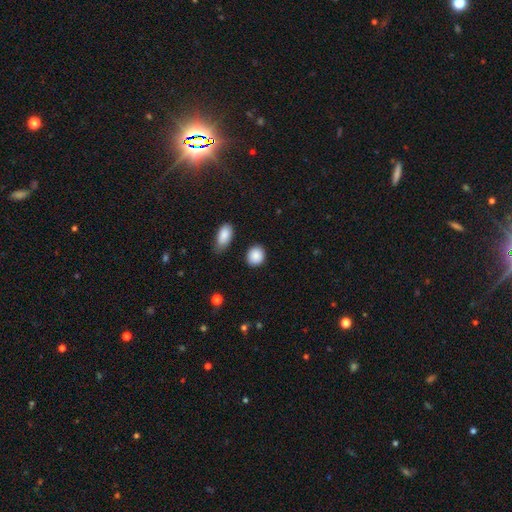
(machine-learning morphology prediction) smooth-or-featured: smooth: 89% | star or artifact: 7% | featured or disk: 4%
  how-rounded: round: 68% | in between: 31% | cigar-shaped: 1%
  merging: none: 83% | minor disturbance: 11% | major disturbance: 3% | merger: 3%